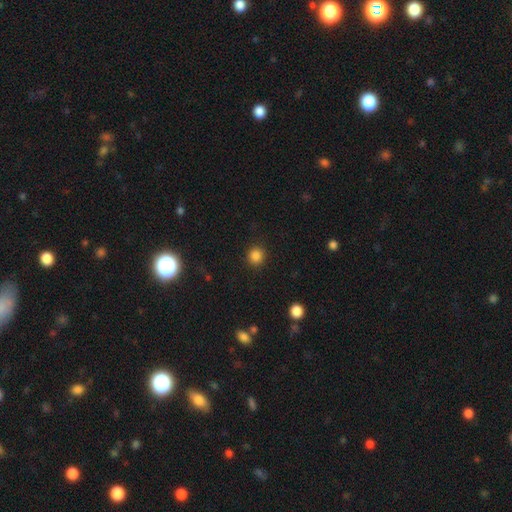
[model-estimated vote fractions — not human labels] Smooth or featured: smooth — 85% (star or artifact — 12%)
How rounded: round — 92% (in between — 8%)
Merging: none — 91% (minor disturbance — 6%)